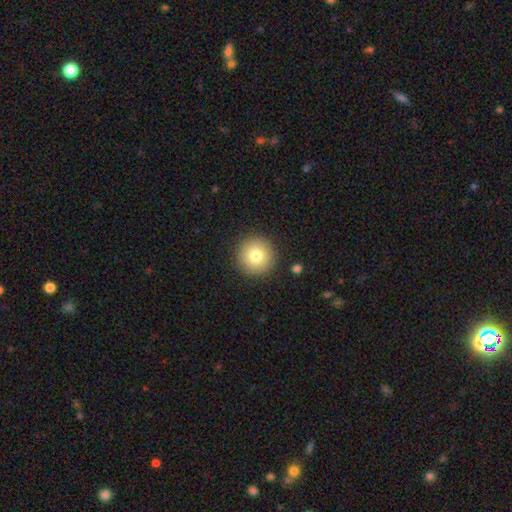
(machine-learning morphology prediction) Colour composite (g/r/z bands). It shows a smooth galaxy with no disk features (79%) that is round (96%). Merging: none (91%).